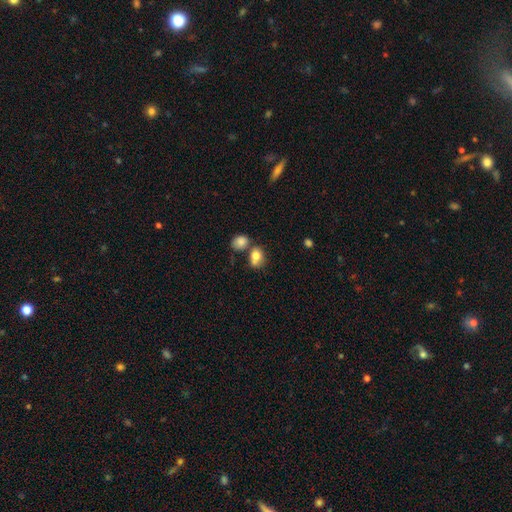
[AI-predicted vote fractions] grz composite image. It shows a smooth galaxy with no disk features (79%) that is in between round and cigar-shaped (59%). Merging: none (41%).